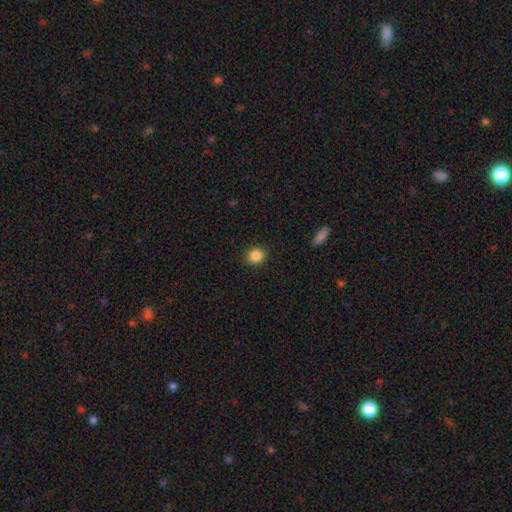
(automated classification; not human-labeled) A smooth galaxy with no disk features (86%) that is round (88%). Merging: none (91%).